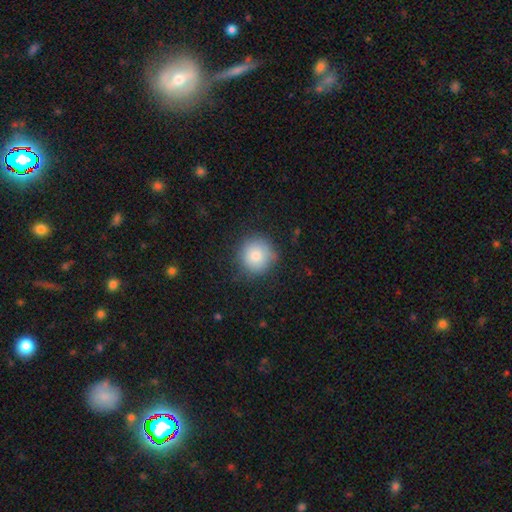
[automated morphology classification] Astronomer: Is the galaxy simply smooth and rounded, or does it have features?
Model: smooth — 83%.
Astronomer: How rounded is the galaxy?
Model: round — 94%.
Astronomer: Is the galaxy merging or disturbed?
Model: none — 79%.